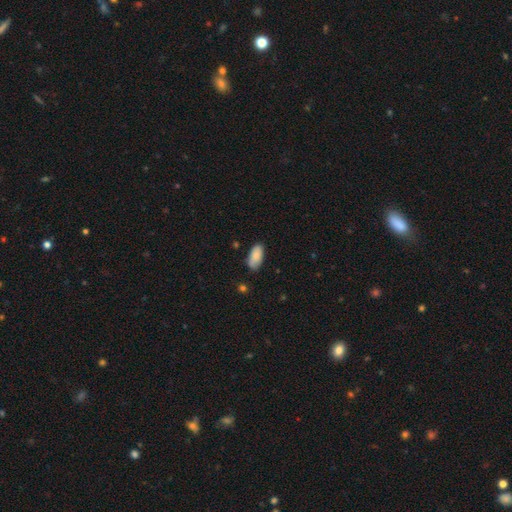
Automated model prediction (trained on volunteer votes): smooth-or-featured: smooth: 85% | featured or disk: 9% | star or artifact: 6%
  how-rounded: in between: 93% | cigar-shaped: 5% | round: 2%
  merging: none: 78% | minor disturbance: 18% | major disturbance: 3% | merger: 2%